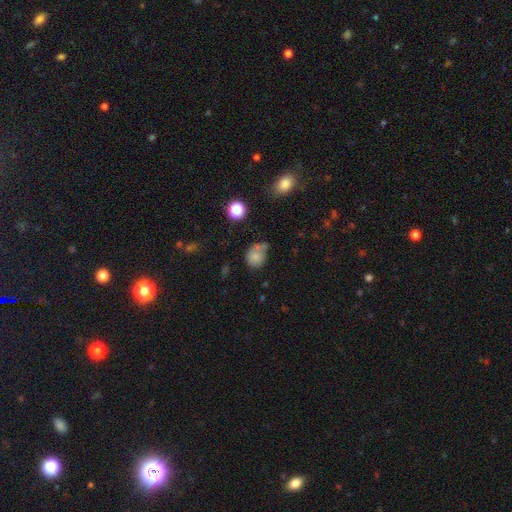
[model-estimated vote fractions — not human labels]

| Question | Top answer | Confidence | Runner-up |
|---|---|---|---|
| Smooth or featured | smooth | 74% | star or artifact (14%) |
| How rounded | round | 71% | in between (28%) |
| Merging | none | 44% | minor disturbance (22%) |